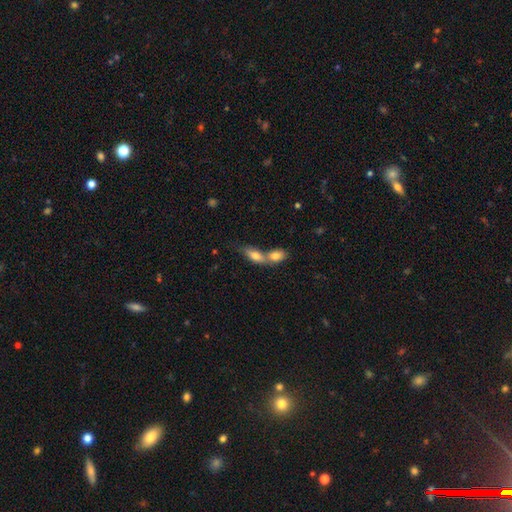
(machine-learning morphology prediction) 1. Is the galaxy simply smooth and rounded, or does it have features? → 75% smooth, 17% featured or disk, 8% star or artifact.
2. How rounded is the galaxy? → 79% in between, 14% cigar-shaped, 6% round.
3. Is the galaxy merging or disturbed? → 71% merger, 20% none, 6% minor disturbance, 3% major disturbance.